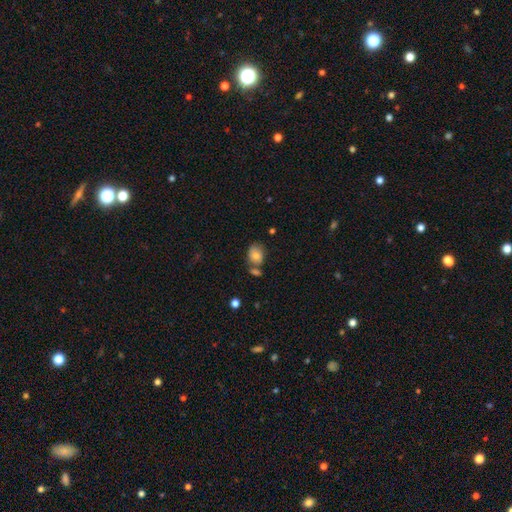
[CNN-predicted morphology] Q: Smooth or featured?
A: smooth (74%); runner-up: featured or disk (17%)
Q: How rounded?
A: in between (55%); runner-up: round (44%)
Q: Merging?
A: none (54%); runner-up: merger (23%)